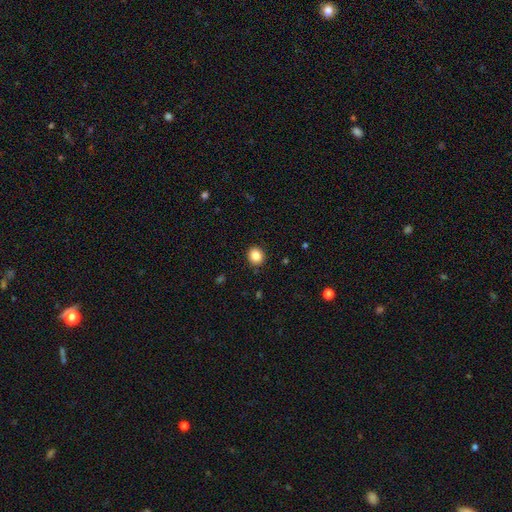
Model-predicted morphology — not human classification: smooth 86%, star or artifact 10%, featured or disk 4%. Down the decision tree: how rounded — round (80%); merging — none (90%).